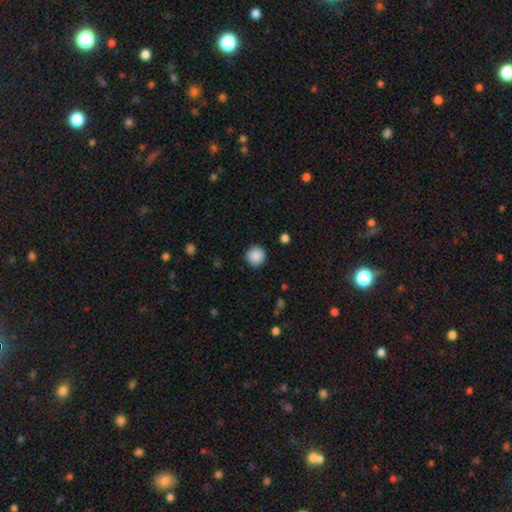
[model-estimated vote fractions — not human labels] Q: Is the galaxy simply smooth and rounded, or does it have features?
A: smooth — 88%.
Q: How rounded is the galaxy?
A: round — 94%.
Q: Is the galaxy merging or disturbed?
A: none — 89%.